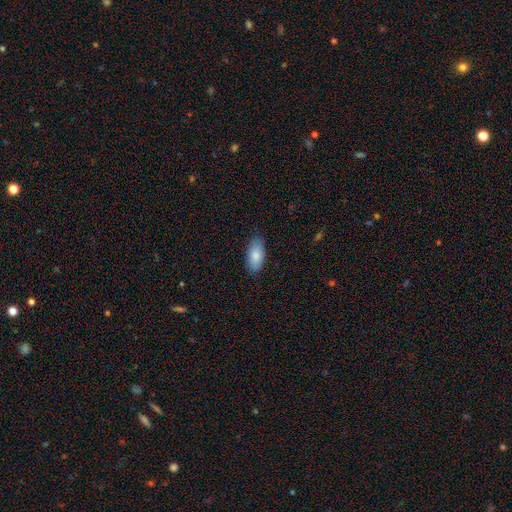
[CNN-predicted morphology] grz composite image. It shows a smooth galaxy with no disk features (84%) that is in between round and cigar-shaped (90%). Merging: none (84%).